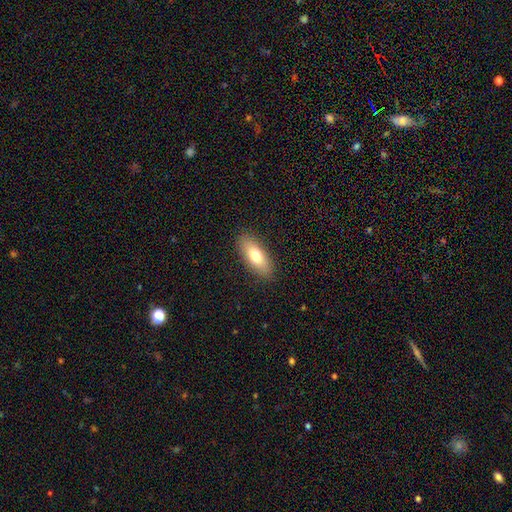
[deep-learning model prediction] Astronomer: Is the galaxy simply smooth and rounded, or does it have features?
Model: smooth — 73%.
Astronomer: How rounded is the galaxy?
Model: in between — 76%.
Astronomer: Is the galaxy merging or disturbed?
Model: none — 88%.